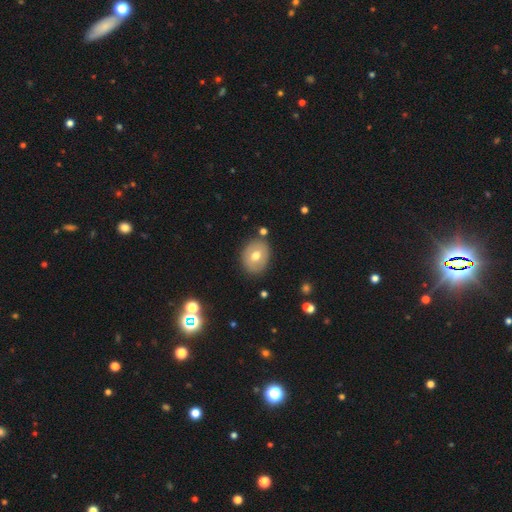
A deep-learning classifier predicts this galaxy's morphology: smooth-or-featured: smooth: 64% | featured or disk: 28% | star or artifact: 8%
  how-rounded: in between: 54% | round: 45% | cigar-shaped: 1%
  merging: none: 84% | minor disturbance: 10% | merger: 3% | major disturbance: 3%